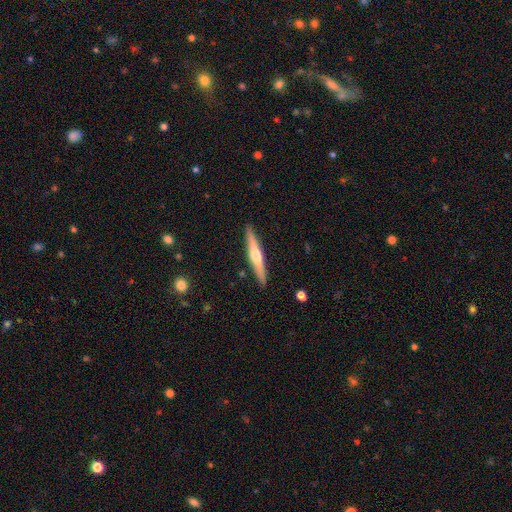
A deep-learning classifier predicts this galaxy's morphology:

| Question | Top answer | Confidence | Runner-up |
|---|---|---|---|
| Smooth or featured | featured or disk | 61% | smooth (33%) |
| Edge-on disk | yes | 97% | no (3%) |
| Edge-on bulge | rounded | 87% | none (8%) |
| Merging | none | 90% | minor disturbance (7%) |